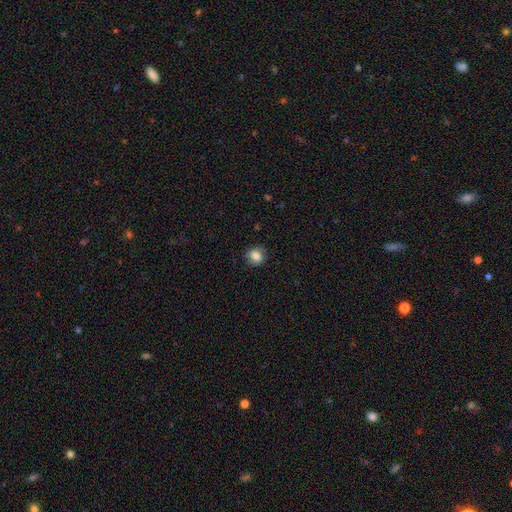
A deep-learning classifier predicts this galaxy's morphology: Q: Smooth or featured?
A: smooth (78%); runner-up: featured or disk (12%)
Q: How rounded?
A: round (65%); runner-up: in between (34%)
Q: Merging?
A: none (82%); runner-up: minor disturbance (13%)